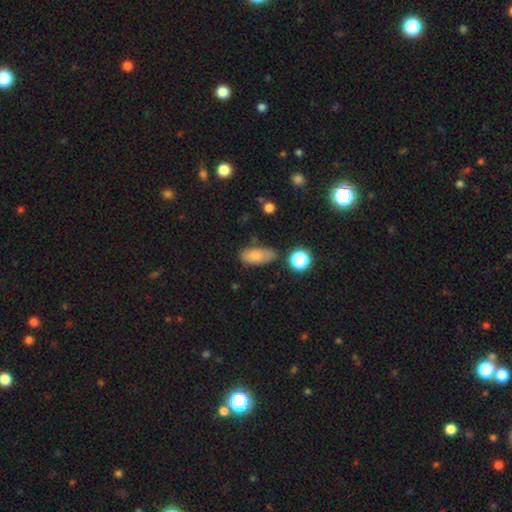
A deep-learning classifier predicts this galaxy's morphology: Q: Smooth or featured?
A: smooth (70%); runner-up: featured or disk (18%)
Q: How rounded?
A: in between (88%); runner-up: round (6%)
Q: Merging?
A: none (62%); runner-up: minor disturbance (26%)